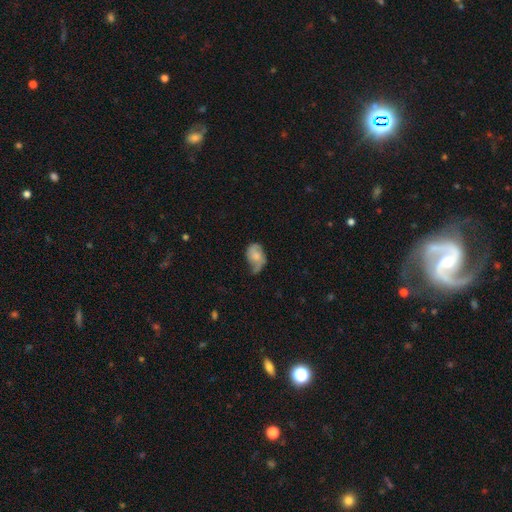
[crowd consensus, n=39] Q: Smooth or featured?
A: featured or disk (59%); runner-up: smooth (38%)
Q: Edge-on disk?
A: no (96%); runner-up: yes (4%)
Q: Bar?
A: no (73%); runner-up: weak (18%)
Q: Spiral arms?
A: yes (86%); runner-up: no (14%)
Q: Spiral winding?
A: loose (79%); runner-up: tight (11%)
Q: Spiral arm count?
A: 2 (79%); runner-up: 1 (16%)
Q: Bulge size?
A: moderate (45%); runner-up: large (23%)
Q: Merging?
A: none (42%); runner-up: minor disturbance (39%)